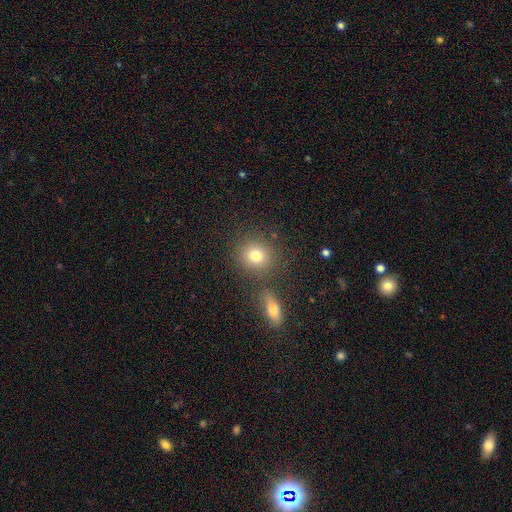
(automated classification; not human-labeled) A smooth galaxy with no disk features (78%) that is round (80%). Merging: none (77%).